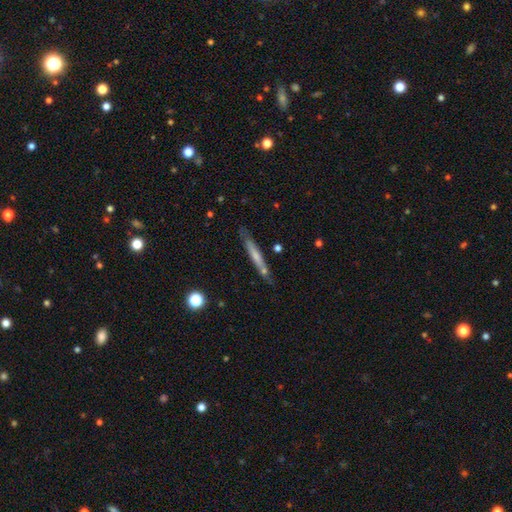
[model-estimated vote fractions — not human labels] This is possibly a smooth galaxy (55%). How rounded: clearly cigar-shaped (94%). Merging: likely none (73%).